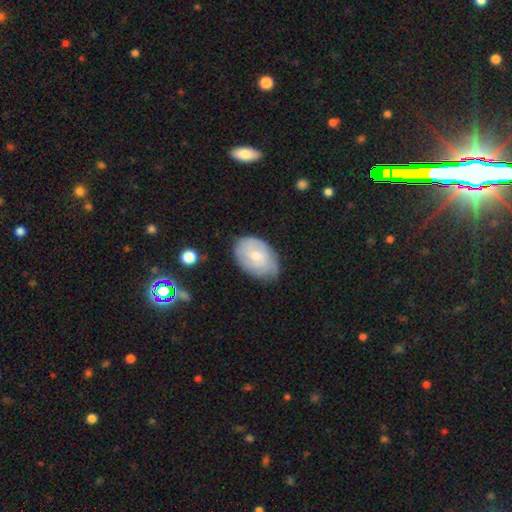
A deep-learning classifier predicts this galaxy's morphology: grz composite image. It shows a featured or disk galaxy (48%). Merging: none (68%).